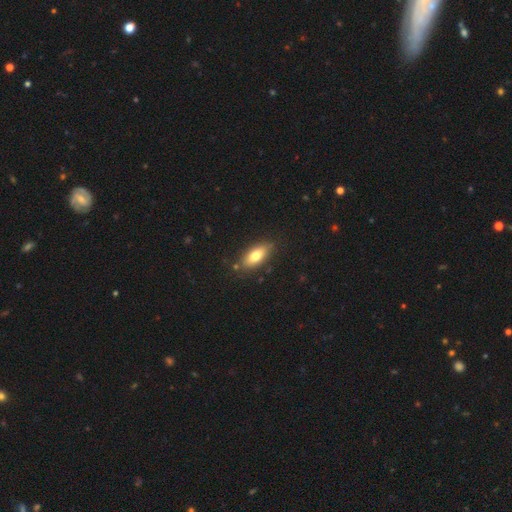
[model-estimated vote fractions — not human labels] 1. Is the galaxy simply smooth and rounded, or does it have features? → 76% smooth, 17% featured or disk, 7% star or artifact.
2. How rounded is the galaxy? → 83% in between, 14% cigar-shaped, 3% round.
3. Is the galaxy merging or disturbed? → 82% none, 13% minor disturbance, 3% major disturbance, 2% merger.